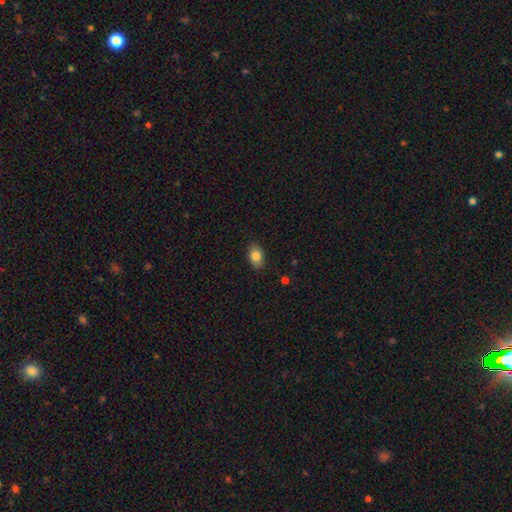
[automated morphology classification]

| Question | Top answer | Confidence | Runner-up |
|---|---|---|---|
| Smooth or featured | smooth | 84% | star or artifact (8%) |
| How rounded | in between | 86% | round (13%) |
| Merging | none | 87% | minor disturbance (10%) |